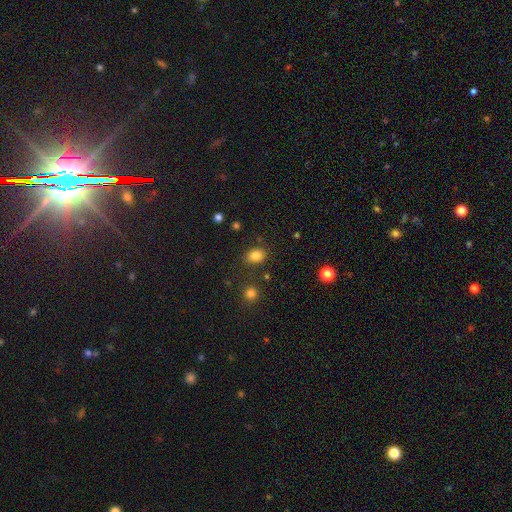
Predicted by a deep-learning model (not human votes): This appears to be a smooth galaxy with no disk features (83%) that is in between round and cigar-shaped (56%). Merging: none (81%).